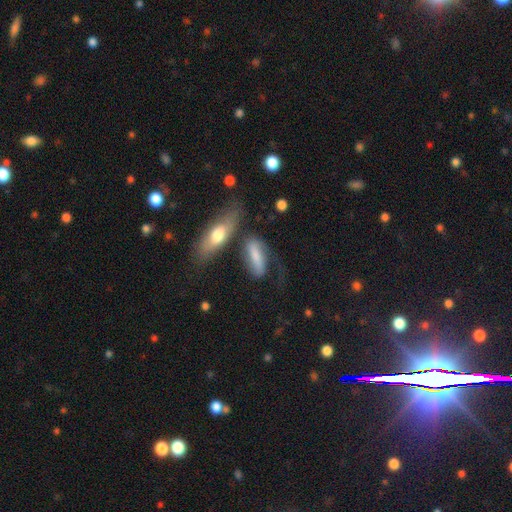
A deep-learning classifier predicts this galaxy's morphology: smooth-or-featured: smooth: 57% | featured or disk: 35% | star or artifact: 8%
  how-rounded: in between: 63% | cigar-shaped: 32% | round: 4%
  merging: none: 45% | minor disturbance: 22% | major disturbance: 20% | merger: 14%